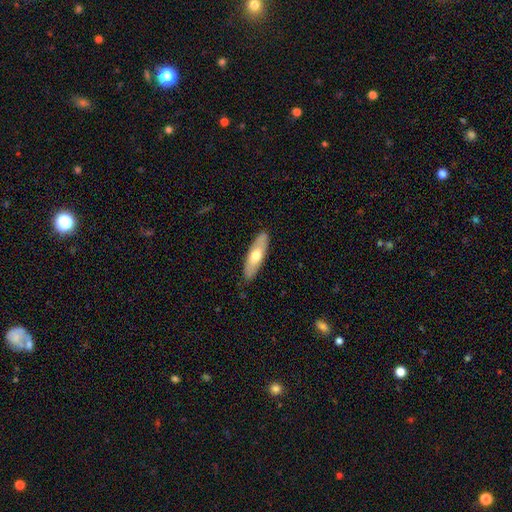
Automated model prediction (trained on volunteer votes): Smooth or featured: smooth — 59% (featured or disk — 36%)
How rounded: in between — 52% (cigar-shaped — 46%)
Merging: none — 86% (minor disturbance — 11%)